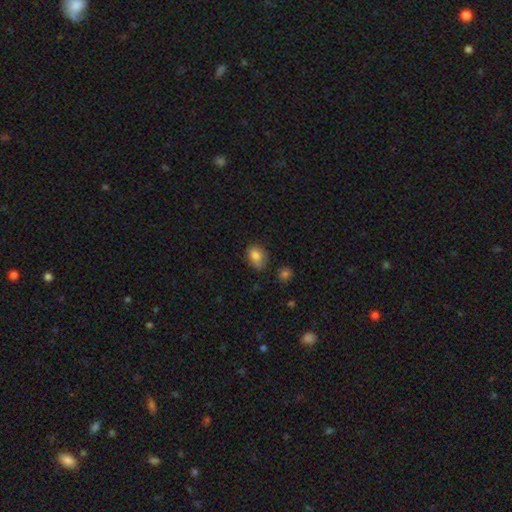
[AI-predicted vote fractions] The model was most divided on "merging": none: 70%, minor disturbance: 23%, major disturbance: 4%, merger: 3%. More confident: smooth or featured — smooth (83%); how rounded — in between (73%).